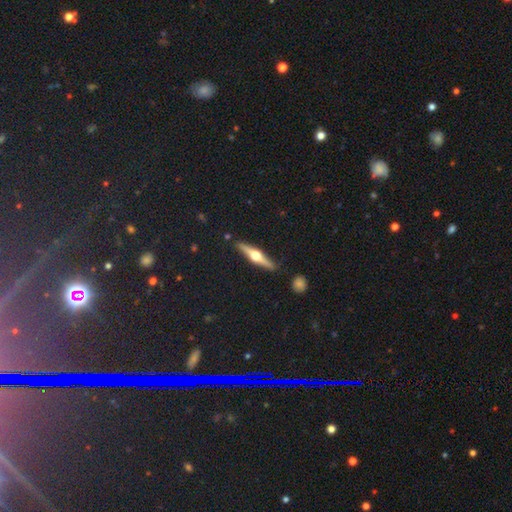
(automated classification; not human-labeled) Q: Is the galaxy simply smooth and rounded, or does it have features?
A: featured or disk — 73%.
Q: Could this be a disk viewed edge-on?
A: yes — 97%.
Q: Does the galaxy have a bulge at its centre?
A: rounded — 96%.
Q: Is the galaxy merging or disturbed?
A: none — 88%.